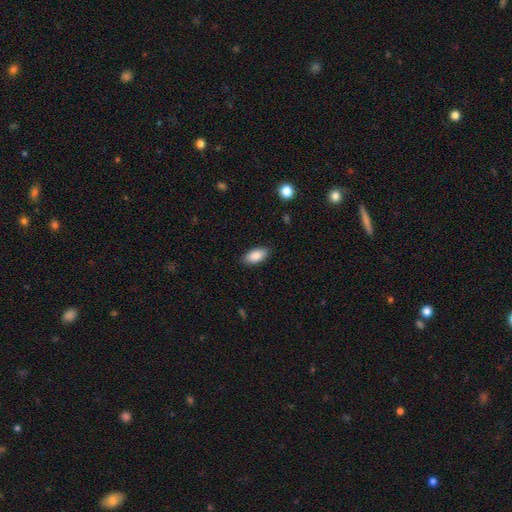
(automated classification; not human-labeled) A smooth galaxy with no disk features (87%) that is in between round and cigar-shaped (92%). Merging: none (88%).